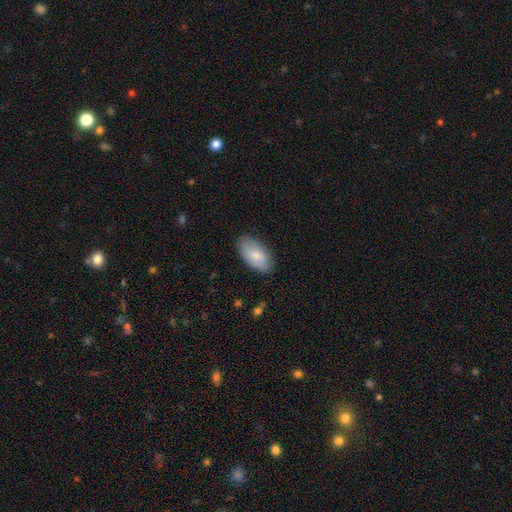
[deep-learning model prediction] smooth 81%, featured or disk 14%, star or artifact 6%. Down the decision tree: how rounded — in between (94%); merging — none (82%).